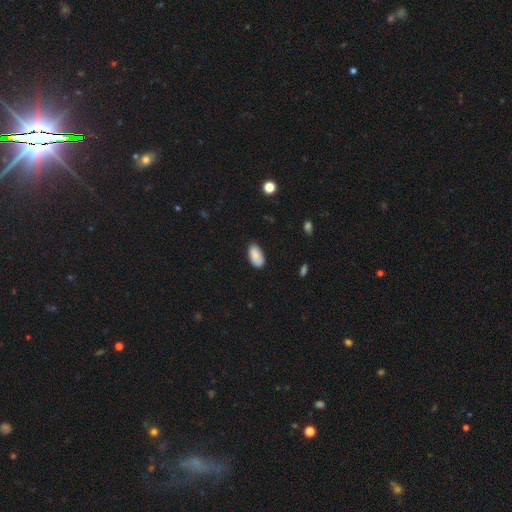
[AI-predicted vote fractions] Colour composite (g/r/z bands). It shows a smooth galaxy with no disk features (85%) that is in between round and cigar-shaped (95%). Merging: none (76%).